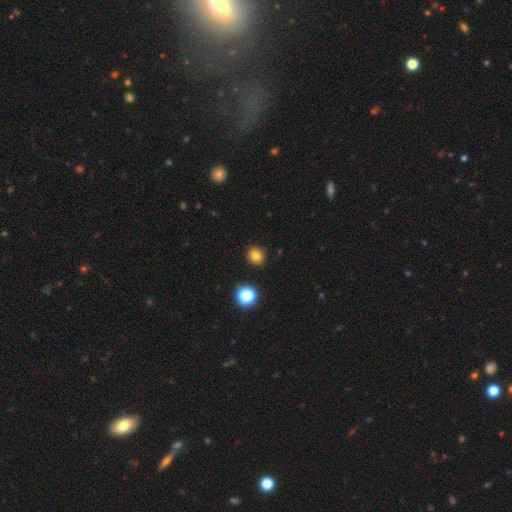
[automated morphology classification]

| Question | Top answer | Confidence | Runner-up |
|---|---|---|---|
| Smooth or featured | smooth | 79% | star or artifact (15%) |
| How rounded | round | 85% | in between (15%) |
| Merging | none | 90% | minor disturbance (6%) |